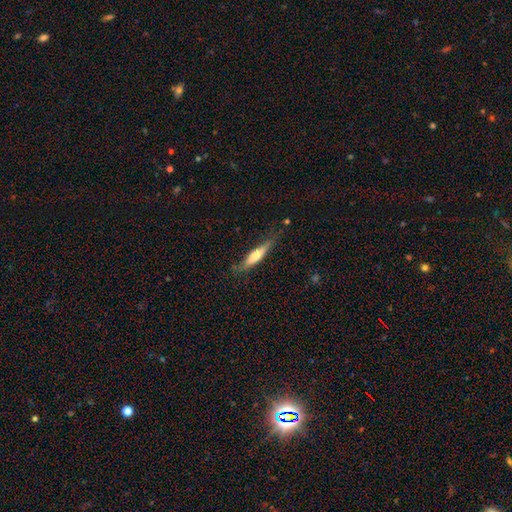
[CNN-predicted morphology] Q: Smooth or featured?
A: smooth (58%); runner-up: featured or disk (36%)
Q: How rounded?
A: cigar-shaped (75%); runner-up: in between (23%)
Q: Merging?
A: none (70%); runner-up: minor disturbance (22%)